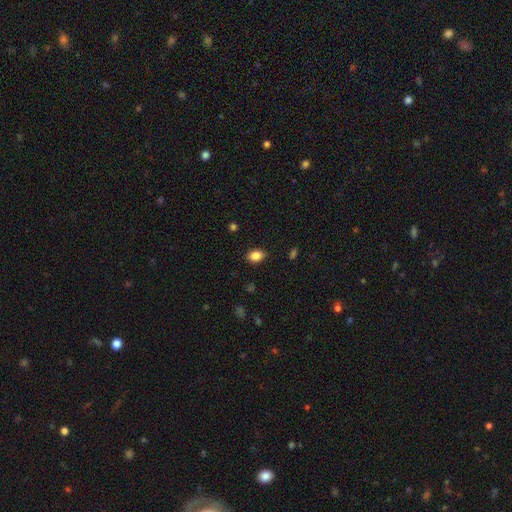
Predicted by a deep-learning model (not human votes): Morphology: type=smooth (86%); roundness=in between (81%); merging=none (86%).